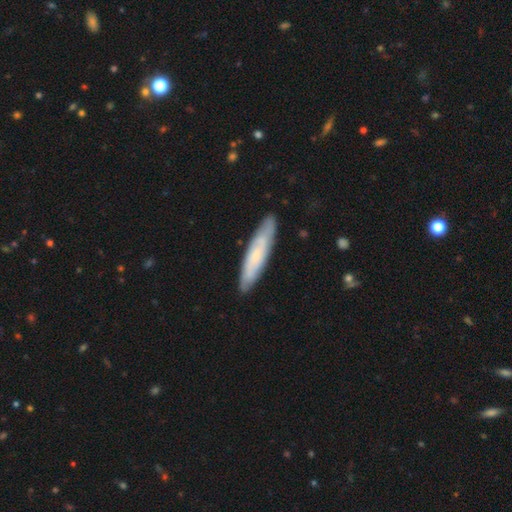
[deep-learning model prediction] A smooth galaxy with no disk features (49%).

Vote fractions:
- Smooth or featured? smooth: 49% / featured or disk: 45% / star or artifact: 6%
- Merging? none: 85% / minor disturbance: 11% / major disturbance: 2% / merger: 1%